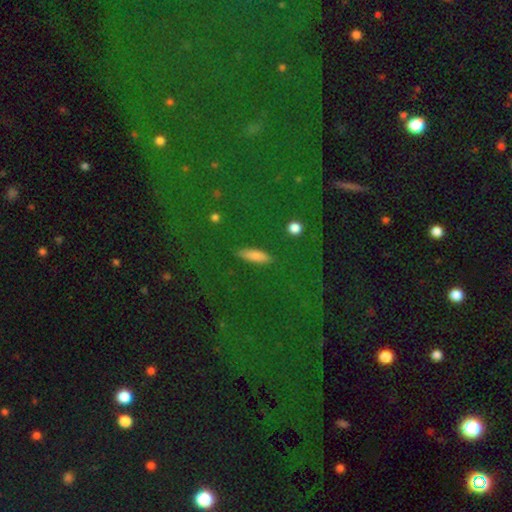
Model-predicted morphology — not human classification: A smooth galaxy with no disk features (73%) that is cigar-shaped (59%).

Vote fractions:
- Smooth or featured? smooth: 73% / star or artifact: 17% / featured or disk: 10%
- How rounded? cigar-shaped: 59% / in between: 32% / round: 9%
- Merging? none: 87% / minor disturbance: 8% / major disturbance: 3% / merger: 2%